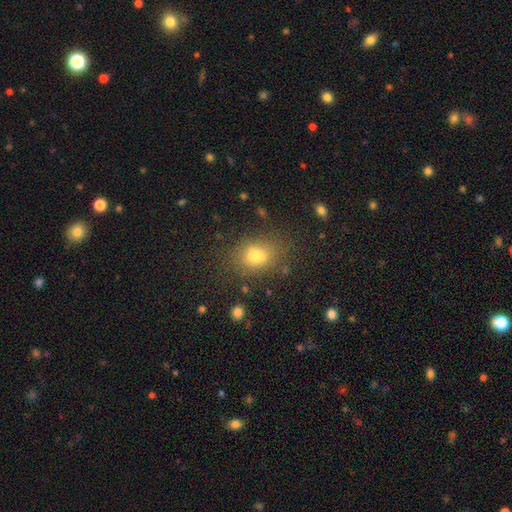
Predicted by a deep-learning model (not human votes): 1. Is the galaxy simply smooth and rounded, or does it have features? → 73% smooth, 15% star or artifact, 12% featured or disk.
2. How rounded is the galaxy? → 63% in between, 35% round, 2% cigar-shaped.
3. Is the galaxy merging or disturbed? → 64% none, 17% minor disturbance, 12% merger, 7% major disturbance.